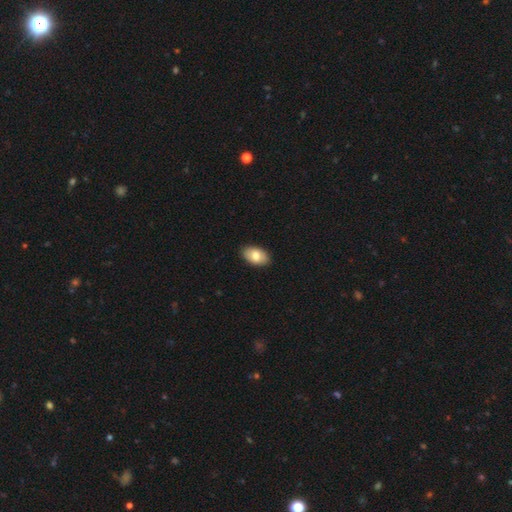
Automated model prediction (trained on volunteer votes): This appears to be a smooth galaxy with no disk features (79%) that is in between round and cigar-shaped (92%). Merging: none (89%).